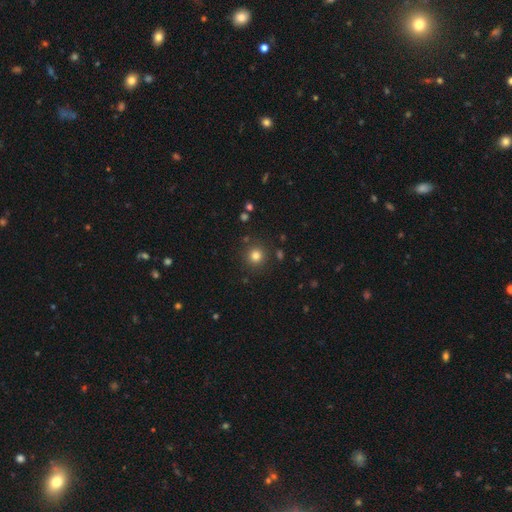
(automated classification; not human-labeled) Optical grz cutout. It shows a smooth galaxy with no disk features (81%) that is round (94%). Merging: none (88%).